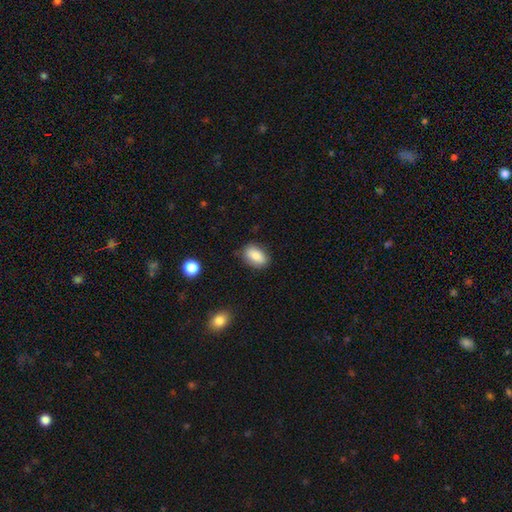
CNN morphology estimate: A smooth galaxy with no disk features (85%) that is in between round and cigar-shaped (89%).

Vote fractions:
- Smooth or featured? smooth: 85% / star or artifact: 7% / featured or disk: 7%
- How rounded? in between: 89% / round: 9% / cigar-shaped: 2%
- Merging? none: 81% / minor disturbance: 14% / major disturbance: 3% / merger: 2%